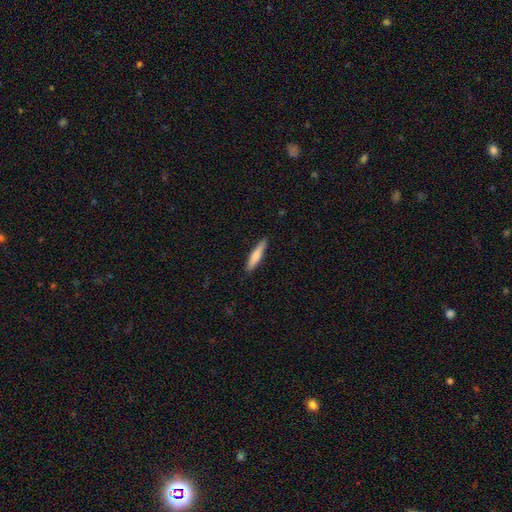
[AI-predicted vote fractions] This is likely a smooth galaxy (73%). How rounded: clearly cigar-shaped (87%). Merging: clearly none (87%).